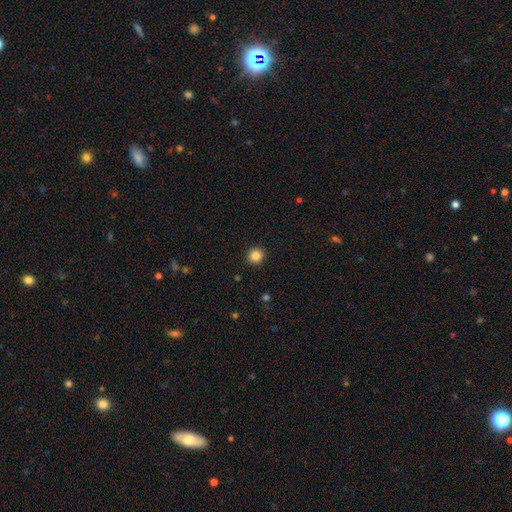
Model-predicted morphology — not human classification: Smooth or featured: smooth — 86% (star or artifact — 10%)
How rounded: round — 95% (in between — 4%)
Merging: none — 92% (minor disturbance — 5%)